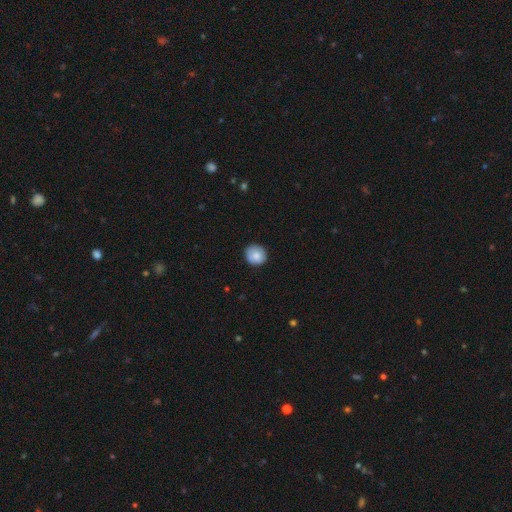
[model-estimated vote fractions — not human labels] Morphology: type=smooth (84%); roundness=round (89%); merging=none (84%).